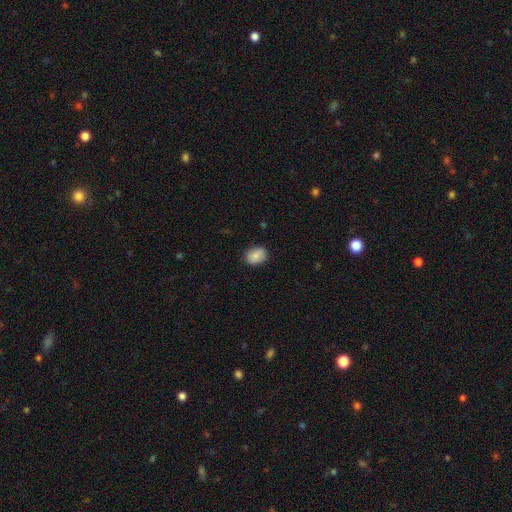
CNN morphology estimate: Smooth or featured: smooth — 81% (featured or disk — 11%)
How rounded: in between — 52% (round — 47%)
Merging: none — 84% (minor disturbance — 13%)